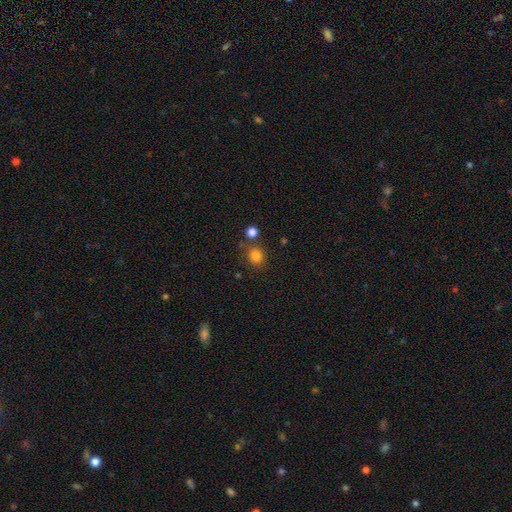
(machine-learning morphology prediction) Overall: smooth (82%). How rounded: round (79%). Merging: none (76%).